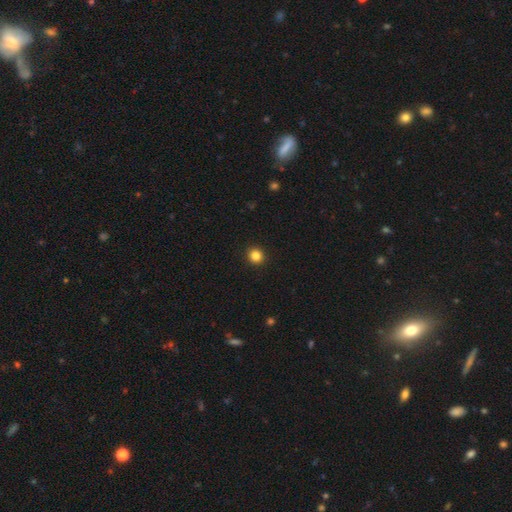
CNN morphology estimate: Smooth or featured? smooth (84%)
How rounded? round (92%)
Merging? none (93%)